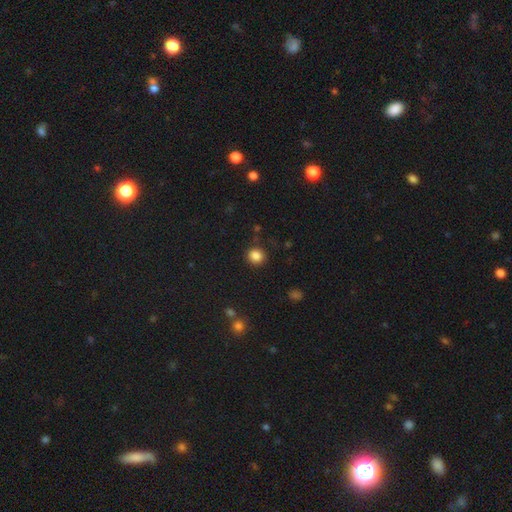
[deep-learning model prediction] Overall: smooth (85%). How rounded: round (88%). Merging: none (88%).